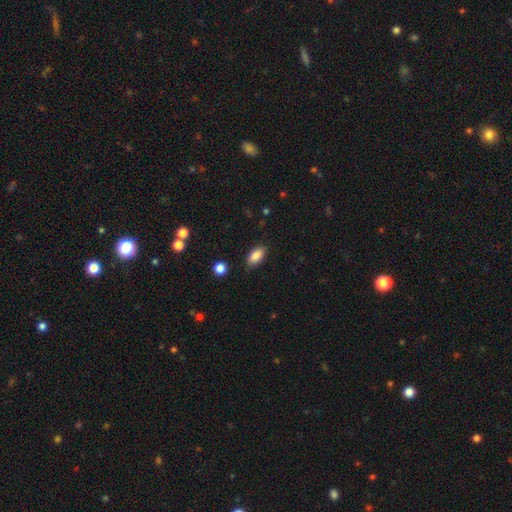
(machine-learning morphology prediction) This appears to be a smooth galaxy with no disk features (87%) that is in between round and cigar-shaped (91%). Merging: none (85%).